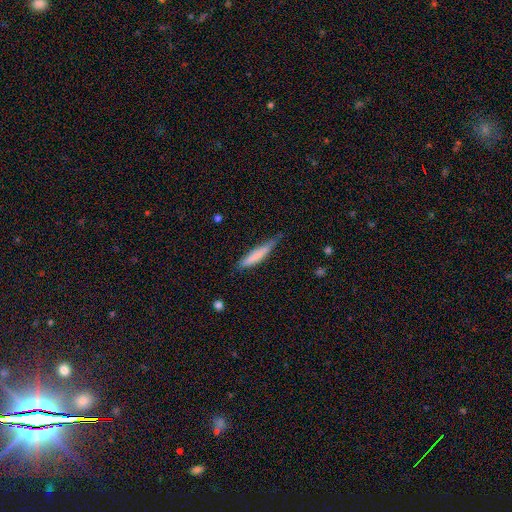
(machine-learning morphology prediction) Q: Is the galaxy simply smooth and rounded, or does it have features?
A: smooth — 74%.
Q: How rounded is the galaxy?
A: cigar-shaped — 89%.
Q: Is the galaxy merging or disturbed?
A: none — 58%.